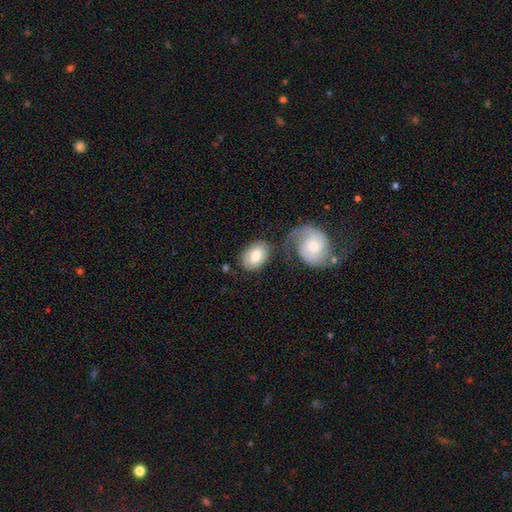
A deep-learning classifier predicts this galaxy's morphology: Overall: smooth (71%). How rounded: in between (76%). Merging: none (59%).